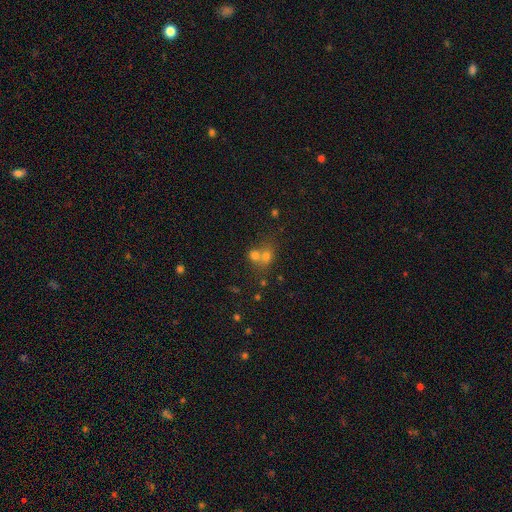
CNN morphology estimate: A smooth galaxy with no disk features (65%) that is round (70%). Merging: merger (60%).